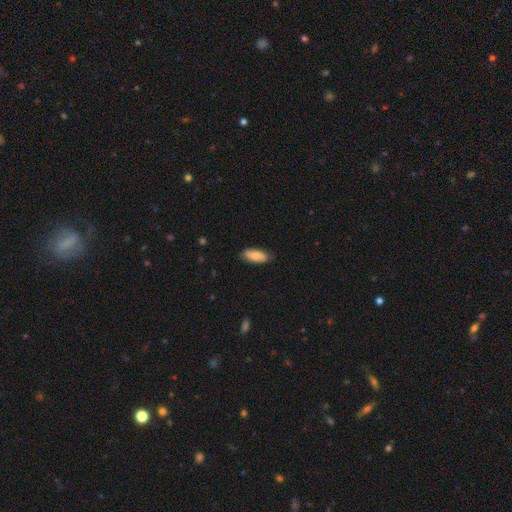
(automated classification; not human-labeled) Smooth or featured? smooth (74%)
How rounded? in between (84%)
Merging? none (81%)